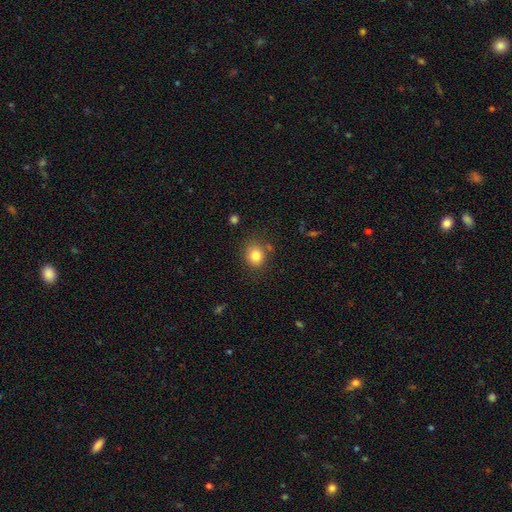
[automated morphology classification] A smooth galaxy with no disk features (82%) that is round (75%).

Vote fractions:
- Smooth or featured? smooth: 82% / star or artifact: 11% / featured or disk: 7%
- How rounded? round: 75% / in between: 24% / cigar-shaped: 1%
- Merging? none: 81% / minor disturbance: 12% / merger: 4% / major disturbance: 4%